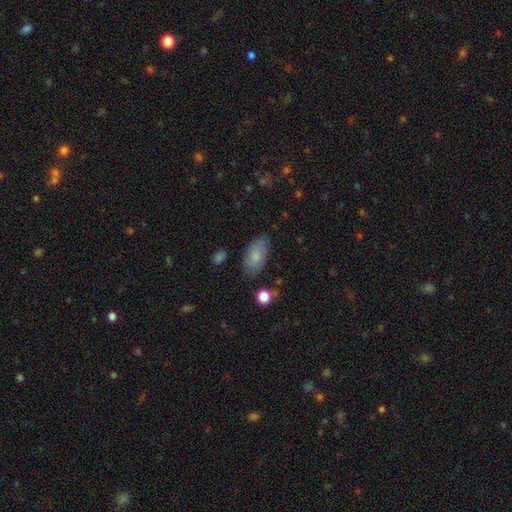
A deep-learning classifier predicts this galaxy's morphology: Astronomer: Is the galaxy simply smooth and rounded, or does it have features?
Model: smooth — 82%.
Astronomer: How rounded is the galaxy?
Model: in between — 94%.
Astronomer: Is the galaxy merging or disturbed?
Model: none — 79%.